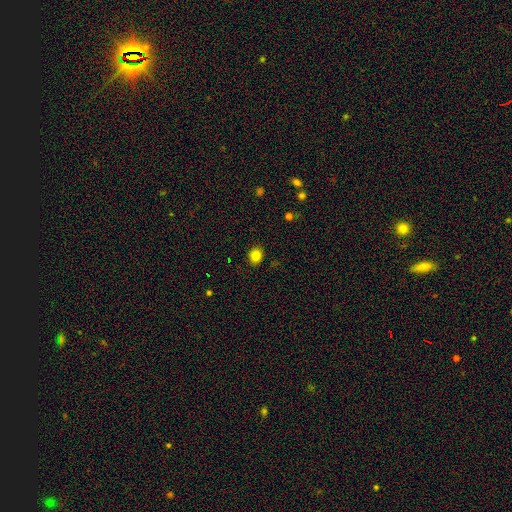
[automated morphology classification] A smooth galaxy with no disk features (84%) that is round (59%).

Vote fractions:
- Smooth or featured? smooth: 84% / star or artifact: 12% / featured or disk: 4%
- How rounded? round: 59% / in between: 40% / cigar-shaped: 1%
- Merging? none: 88% / minor disturbance: 8% / major disturbance: 2% / merger: 1%